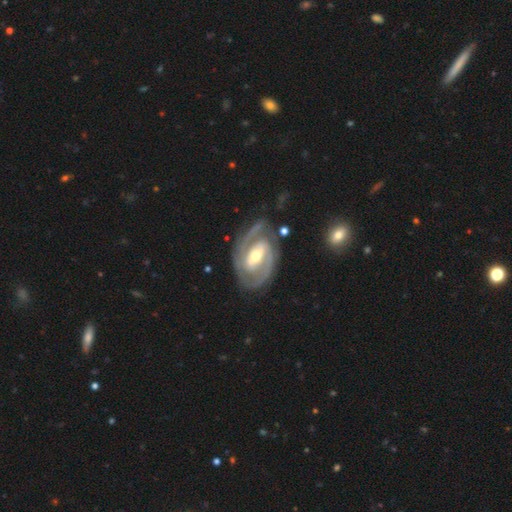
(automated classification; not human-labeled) This is clearly a featured or disk galaxy (88%). It is clearly not viewed edge-on (96%). Bar: marginally strong (43%). Spiral arm pattern: clearly yes (92%). Spiral arm count: likely 2 (79%). Spiral winding: possibly tight (55%). Central bulge: likely moderate (68%). Merging: likely none (74%).